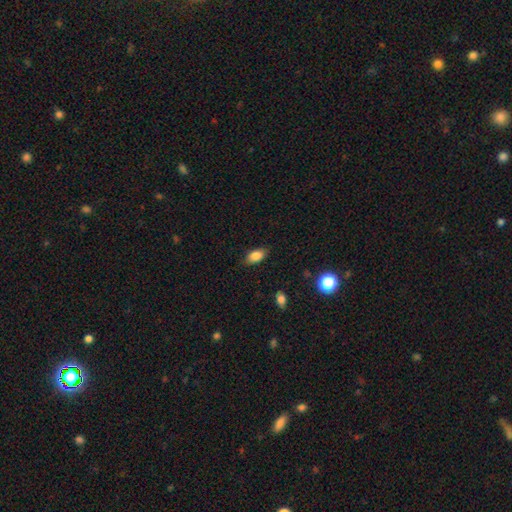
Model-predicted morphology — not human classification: Smooth or featured: smooth — 85% (star or artifact — 8%)
How rounded: in between — 90% (round — 6%)
Merging: none — 84% (minor disturbance — 12%)